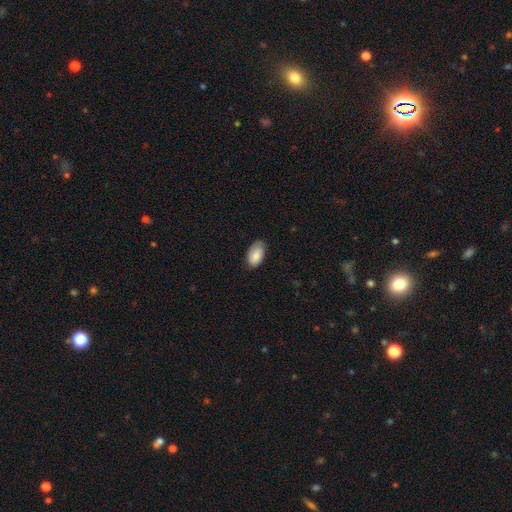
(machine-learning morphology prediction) Smooth or featured? smooth (81%)
How rounded? in between (94%)
Merging? none (74%)